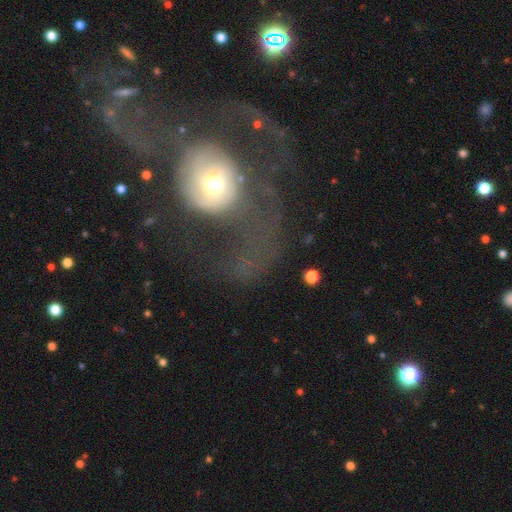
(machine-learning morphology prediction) Smooth or featured: featured or disk — 59% (smooth — 29%)
Edge-on disk: no — 95% (yes — 5%)
Bar: no — 78% (weak — 15%)
Spiral arms: yes — 52% (no — 48%)
Bulge size: moderate — 48% (small — 34%)
Merging: major disturbance — 50% (none — 32%)